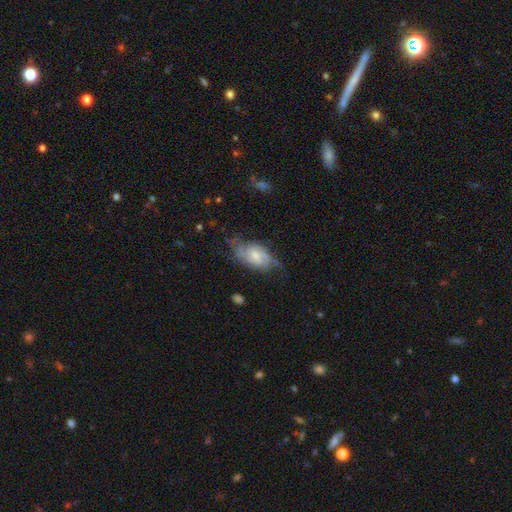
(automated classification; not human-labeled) The model was most divided on "spiral winding": medium: 44%, tight: 32%, loose: 24%. More confident: edge-on disk — no (95%); spiral arms — yes (89%); smooth or featured — featured or disk (68%); spiral arm count — 2 (59%); bar — no (54%); merging — none (51%); bulge size — small (50%).